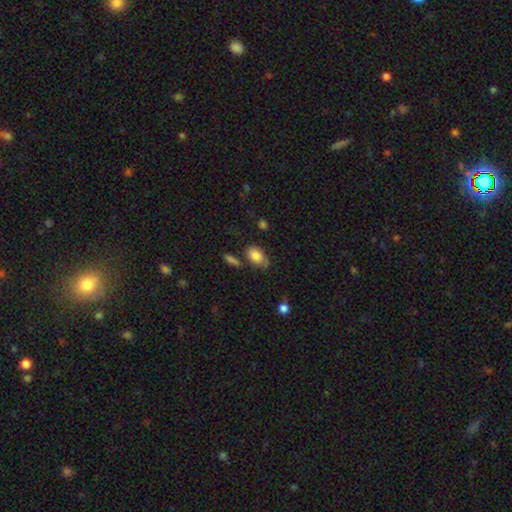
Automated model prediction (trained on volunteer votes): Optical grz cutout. It shows a smooth galaxy with no disk features (83%) that is in between round and cigar-shaped (91%). Merging: none (59%).